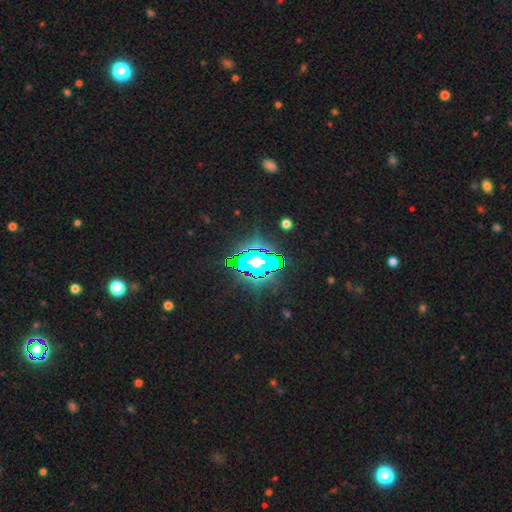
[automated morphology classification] Smooth or featured? Predicted: star or artifact (p=0.80).